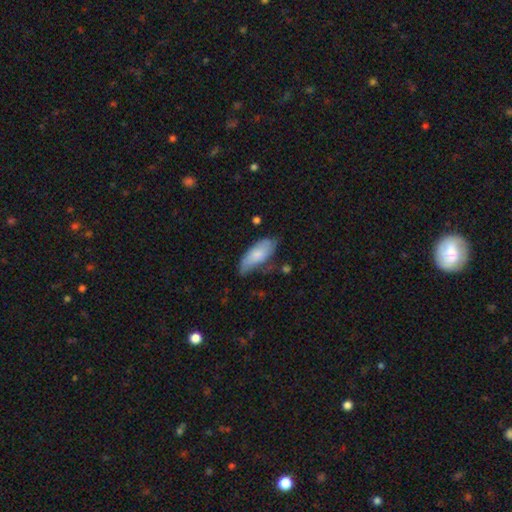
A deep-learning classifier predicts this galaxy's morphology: Smooth or featured: smooth — 72% (featured or disk — 21%)
How rounded: in between — 80% (cigar-shaped — 18%)
Merging: none — 55% (minor disturbance — 33%)